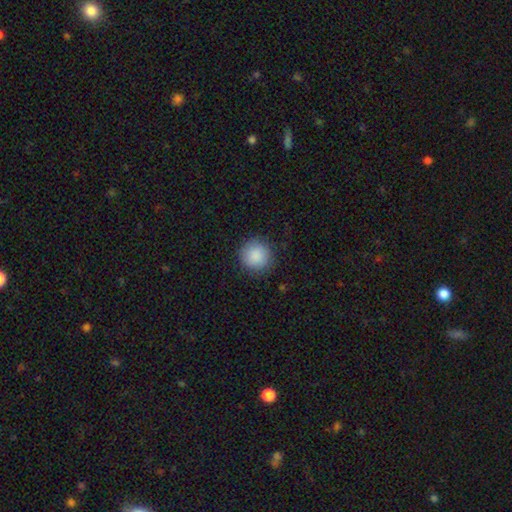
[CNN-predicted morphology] A smooth galaxy with no disk features (88%) that is round (95%). Merging: none (86%).